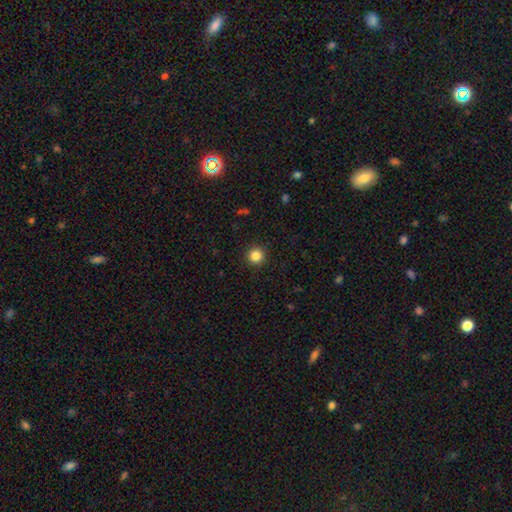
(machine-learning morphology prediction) Smooth or featured? Predicted: smooth (p=0.85). How rounded? Predicted: round (p=0.96). Merging? Predicted: none (p=0.93).